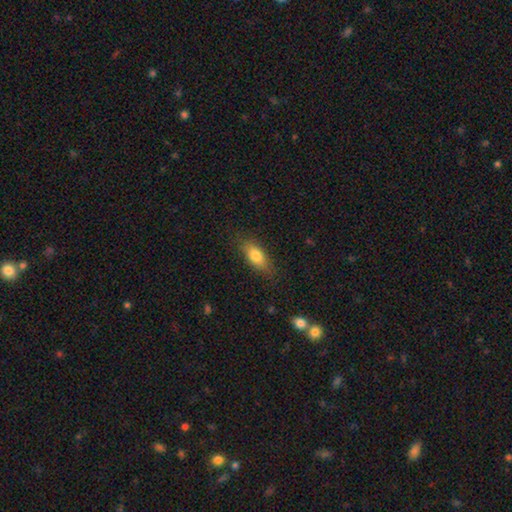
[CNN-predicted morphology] Smooth or featured: smooth — 79% (featured or disk — 14%)
How rounded: in between — 77% (cigar-shaped — 19%)
Merging: none — 82% (minor disturbance — 14%)